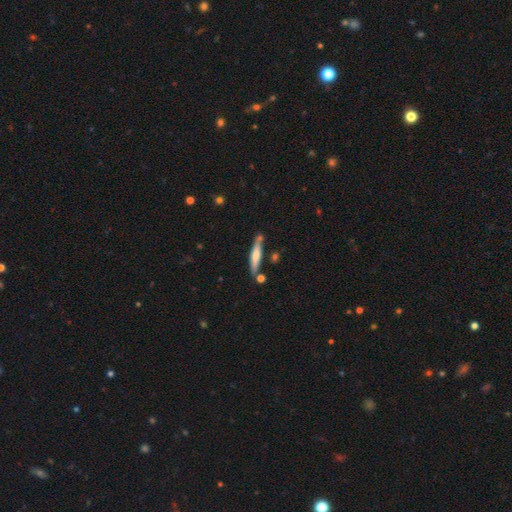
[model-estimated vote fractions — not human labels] Overall: smooth (54%; featured or disk 41%). How rounded: cigar-shaped (89%). Merging: none (75%).